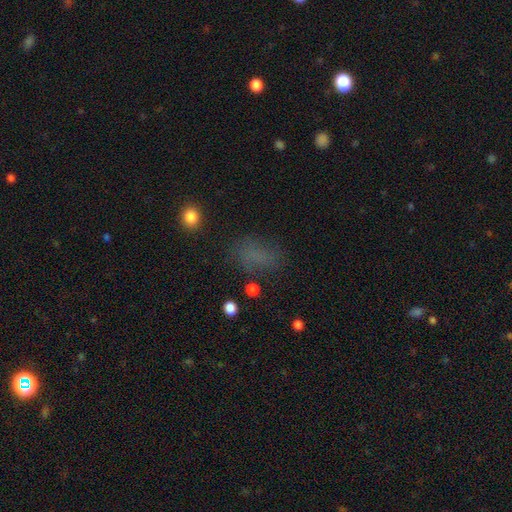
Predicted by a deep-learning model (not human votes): This appears to be a smooth galaxy with no disk features (66%) that is in between round and cigar-shaped (79%). Merging: none (67%).